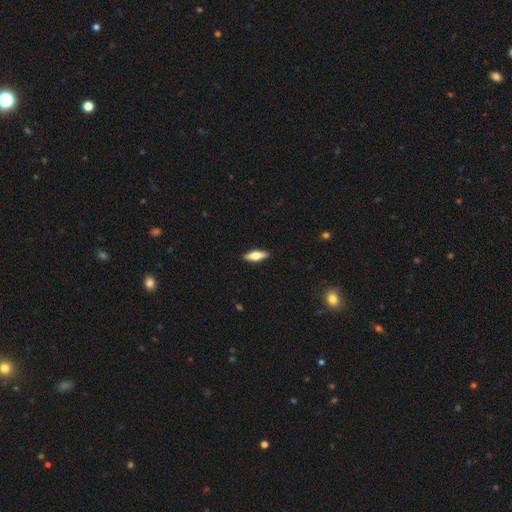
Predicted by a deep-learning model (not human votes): This is possibly a smooth galaxy (59%). How rounded: possibly in between (57%). Merging: clearly none (90%).